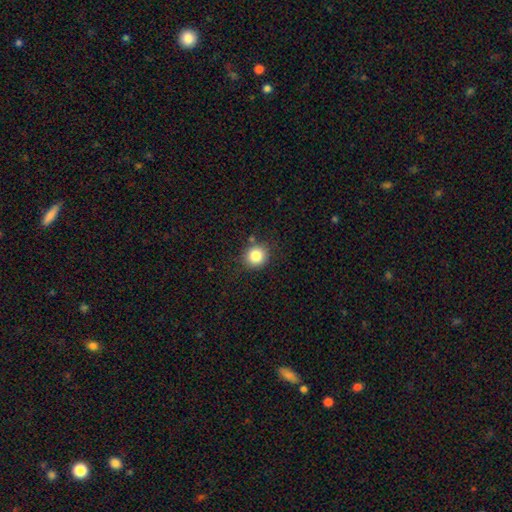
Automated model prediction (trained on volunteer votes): smooth-or-featured: smooth: 84% | star or artifact: 11% | featured or disk: 6%
  how-rounded: round: 87% | in between: 12% | cigar-shaped: 1%
  merging: none: 84% | minor disturbance: 10% | merger: 3% | major disturbance: 3%